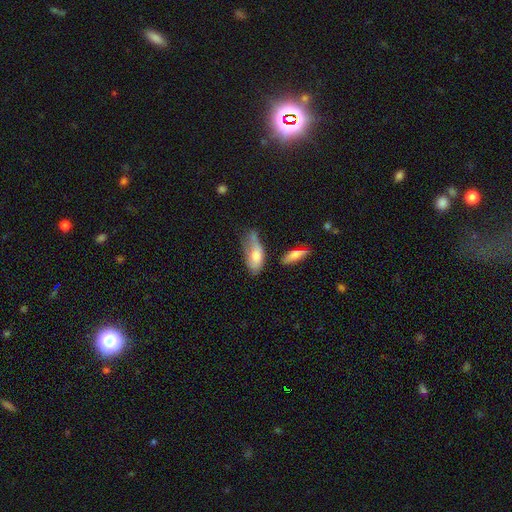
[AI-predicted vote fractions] Smooth or featured? Predicted: smooth (p=0.73). How rounded? Predicted: in between (p=0.82). Merging? Predicted: minor disturbance (p=0.34).